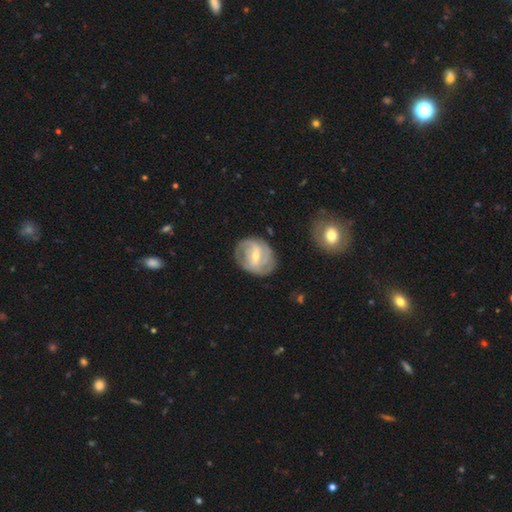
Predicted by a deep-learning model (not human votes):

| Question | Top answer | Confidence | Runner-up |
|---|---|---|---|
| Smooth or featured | featured or disk | 78% | smooth (16%) |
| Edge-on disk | no | 97% | yes (3%) |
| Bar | weak | 49% | strong (36%) |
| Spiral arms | yes | 89% | no (11%) |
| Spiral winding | tight | 50% | medium (37%) |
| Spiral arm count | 2 | 38% | can't tell (28%) |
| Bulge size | small | 48% | moderate (47%) |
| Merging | none | 75% | minor disturbance (17%) |